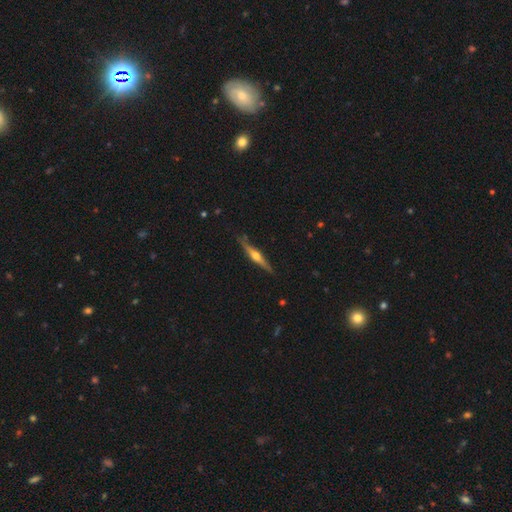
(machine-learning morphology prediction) This appears to be a featured or disk galaxy (73%) viewed edge-on (97%) with a rounded central bulge (93%). Merging: none (86%).